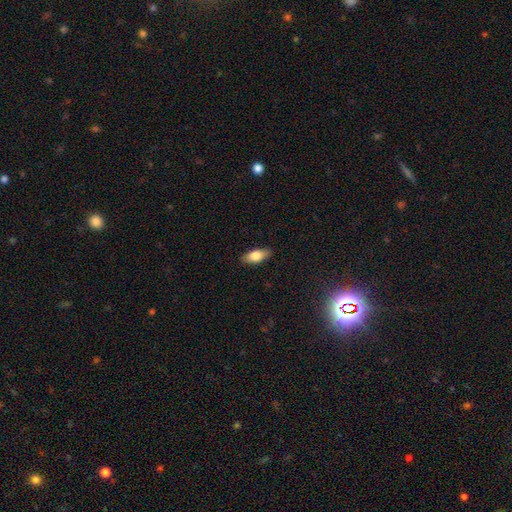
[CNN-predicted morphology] Q: Smooth or featured?
A: smooth (76%); runner-up: featured or disk (17%)
Q: How rounded?
A: in between (82%); runner-up: cigar-shaped (15%)
Q: Merging?
A: none (88%); runner-up: minor disturbance (9%)